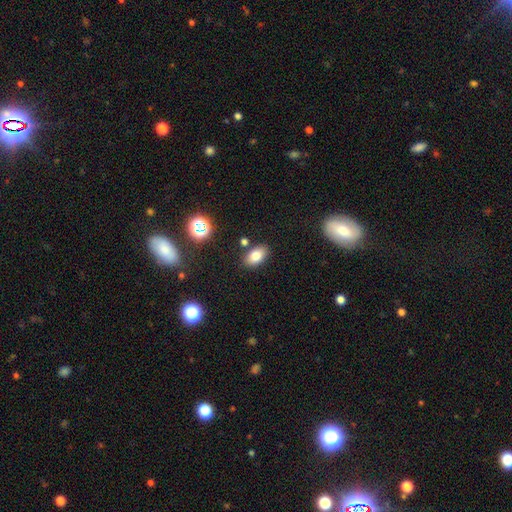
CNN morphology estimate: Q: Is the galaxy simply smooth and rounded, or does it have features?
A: smooth — 79%.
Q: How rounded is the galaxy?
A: in between — 90%.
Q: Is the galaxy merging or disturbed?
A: none — 82%.